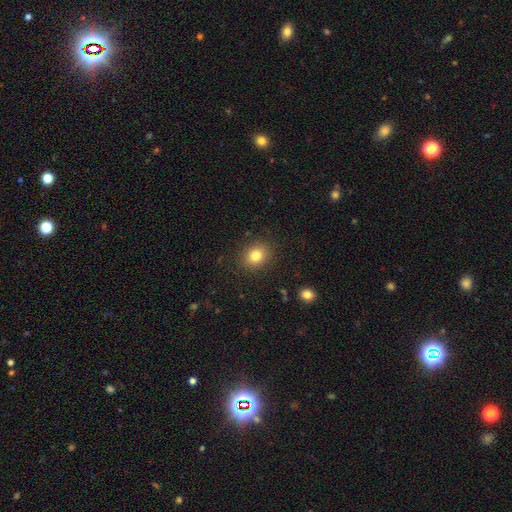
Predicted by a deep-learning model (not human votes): Smooth or featured? Predicted: smooth (p=0.81). How rounded? Predicted: round (p=0.67). Merging? Predicted: none (p=0.89).